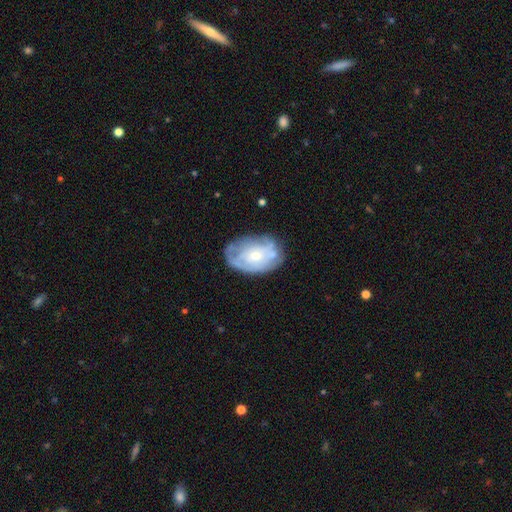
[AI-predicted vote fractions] smooth_or_featured: featured or disk (p=0.61) [alt: smooth p=0.32]
disk_edge_on: no (p=0.95) [alt: yes p=0.05]
bar: no (p=0.79) [alt: weak p=0.17]
has_spiral_arms: yes (p=0.57) [alt: no p=0.43]
bulge_size: small (p=0.57) [alt: moderate p=0.37]
merging: none (p=0.62) [alt: minor disturbance p=0.25]